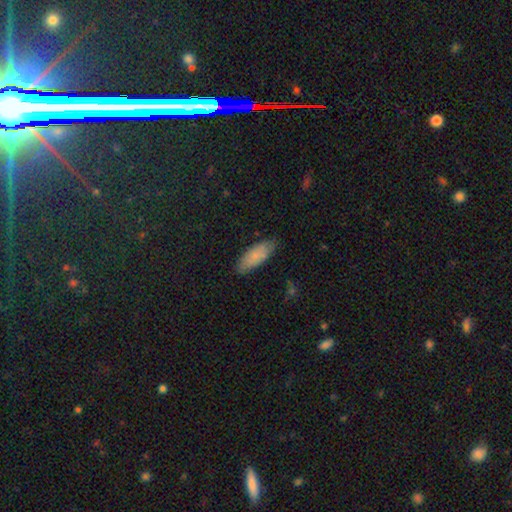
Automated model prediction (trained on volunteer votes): smooth-or-featured: smooth: 75% | featured or disk: 18% | star or artifact: 7%
  how-rounded: in between: 78% | cigar-shaped: 20% | round: 2%
  merging: none: 77% | minor disturbance: 19% | major disturbance: 3% | merger: 1%